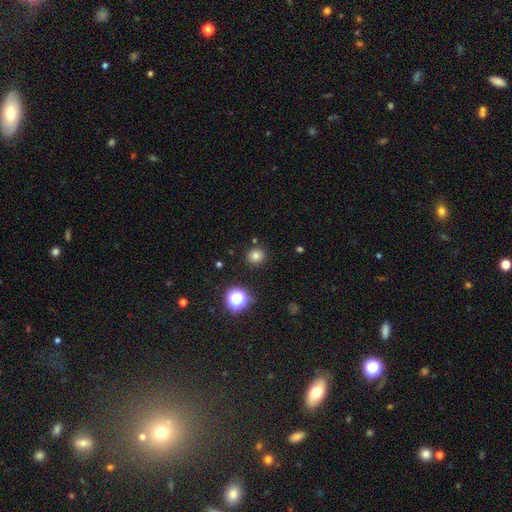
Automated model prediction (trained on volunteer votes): Smooth or featured? smooth (78%)
How rounded? round (89%)
Merging? none (88%)